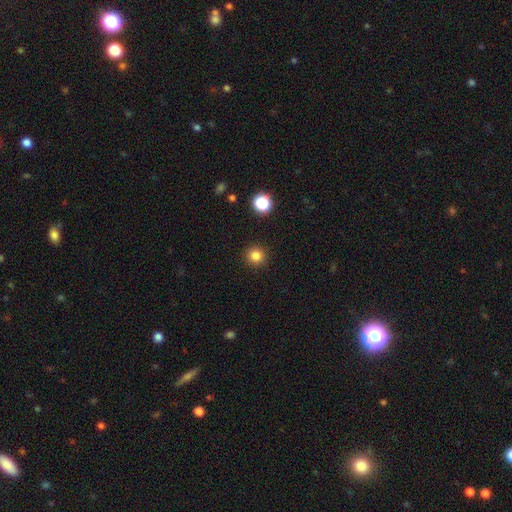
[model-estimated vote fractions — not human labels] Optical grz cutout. It shows a smooth galaxy with no disk features (83%) that is round (94%). Merging: none (92%).